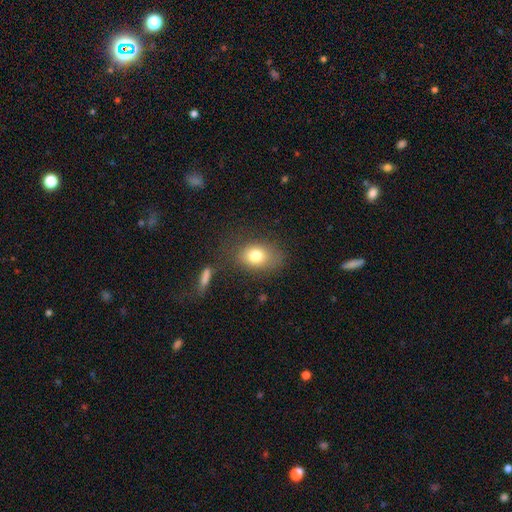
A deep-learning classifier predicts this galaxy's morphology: type=smooth (77%); roundness=in between (71%); merging=none (69%).